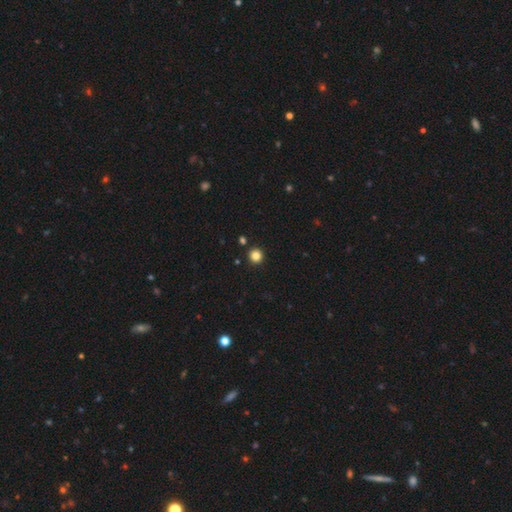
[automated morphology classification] Smooth or featured?
  - smooth: 84% *
  - star or artifact: 12%
  - featured or disk: 4%
How rounded?
  - round: 95% *
  - in between: 4%
  - cigar-shaped: 1%
Merging?
  - none: 92% *
  - minor disturbance: 4%
  - merger: 2%
  - major disturbance: 2%